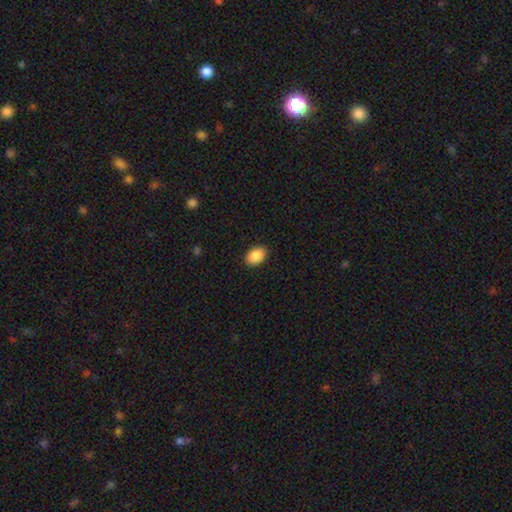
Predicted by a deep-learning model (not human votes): Morphology: type=smooth (89%); roundness=in between (84%); merging=none (89%).